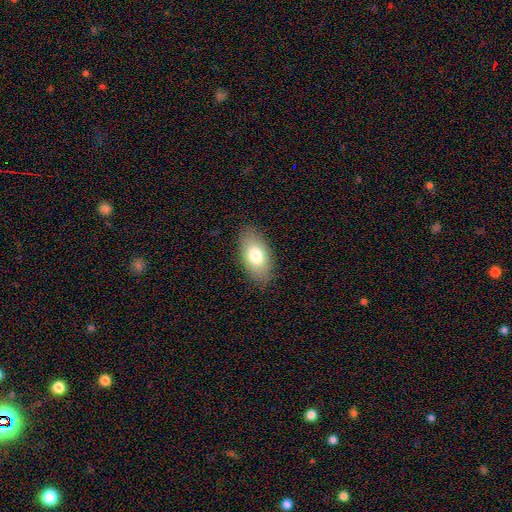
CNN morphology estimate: Smooth or featured: smooth — 76% (featured or disk — 16%)
How rounded: in between — 91% (cigar-shaped — 4%)
Merging: none — 86% (minor disturbance — 10%)